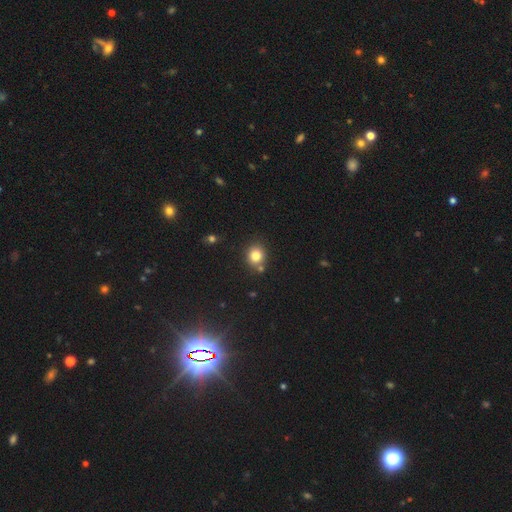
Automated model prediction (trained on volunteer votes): Q: Smooth or featured?
A: smooth (81%); runner-up: star or artifact (12%)
Q: How rounded?
A: round (79%); runner-up: in between (20%)
Q: Merging?
A: none (75%); runner-up: merger (11%)